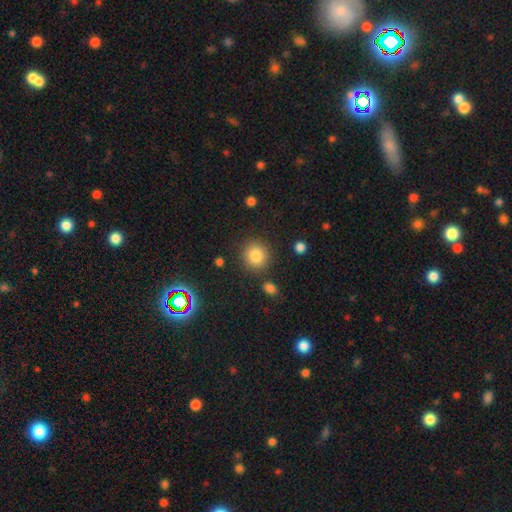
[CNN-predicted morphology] The model was most divided on "smooth or featured": smooth: 83%, star or artifact: 11%, featured or disk: 6%. More confident: how rounded — round (91%); merging — none (86%).